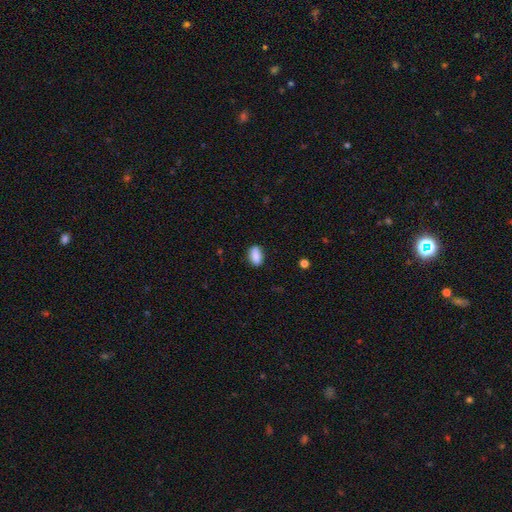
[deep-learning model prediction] Morphology: type=smooth (88%); roundness=in between (88%); merging=none (81%).